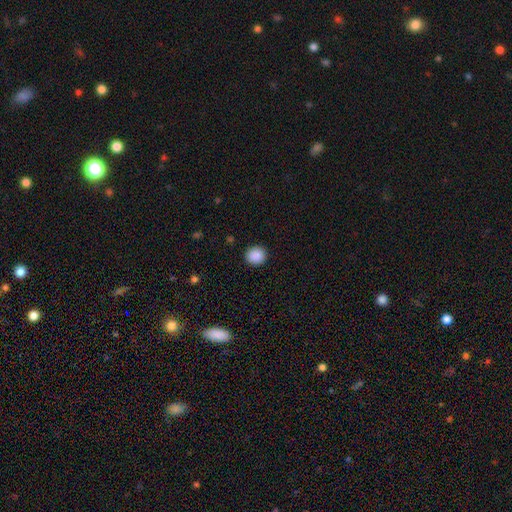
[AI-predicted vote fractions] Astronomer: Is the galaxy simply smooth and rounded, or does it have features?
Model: smooth — 89%.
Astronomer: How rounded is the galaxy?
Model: round — 87%.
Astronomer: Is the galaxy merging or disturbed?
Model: none — 91%.